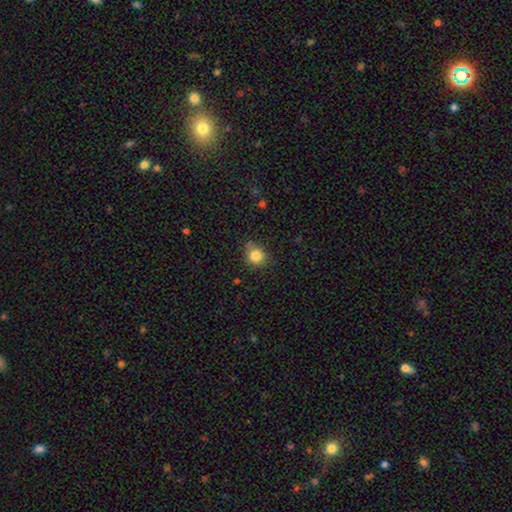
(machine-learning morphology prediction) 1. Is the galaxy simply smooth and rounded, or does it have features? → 83% smooth, 11% star or artifact, 6% featured or disk.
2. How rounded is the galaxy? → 80% round, 19% in between, 1% cigar-shaped.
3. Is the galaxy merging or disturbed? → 73% none, 20% minor disturbance, 4% major disturbance, 2% merger.